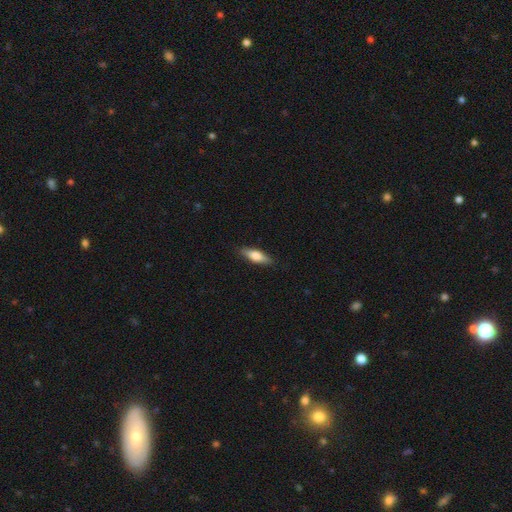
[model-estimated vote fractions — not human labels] Morphology: type=smooth (69%); roundness=in between (53%); merging=none (87%).